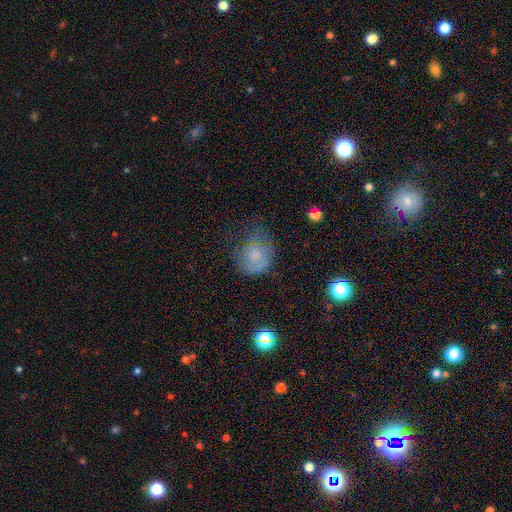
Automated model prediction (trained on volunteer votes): Q: Smooth or featured?
A: smooth (55%); runner-up: featured or disk (33%)
Q: How rounded?
A: round (61%); runner-up: in between (38%)
Q: Merging?
A: none (42%); runner-up: minor disturbance (29%)